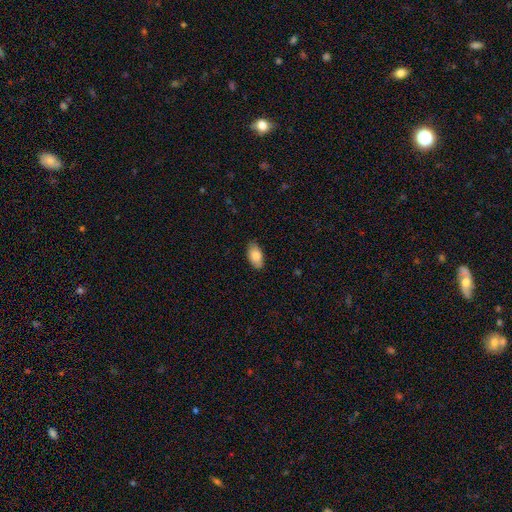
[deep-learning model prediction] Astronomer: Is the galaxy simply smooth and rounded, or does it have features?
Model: smooth — 84%.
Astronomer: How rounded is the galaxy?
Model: in between — 94%.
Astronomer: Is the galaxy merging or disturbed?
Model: none — 85%.